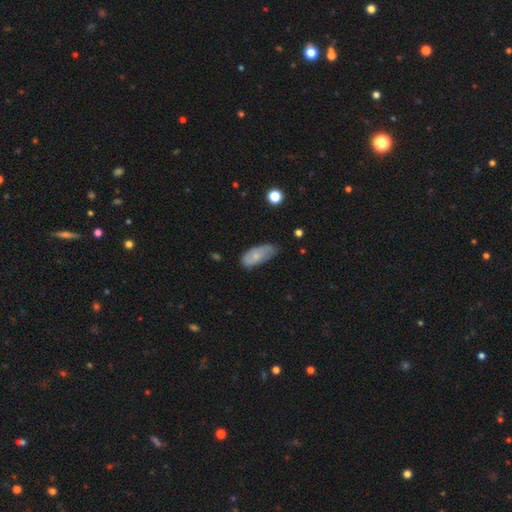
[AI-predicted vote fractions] smooth-or-featured: smooth: 67% | featured or disk: 26% | star or artifact: 7%
  how-rounded: in between: 88% | cigar-shaped: 9% | round: 3%
  merging: none: 50% | minor disturbance: 39% | major disturbance: 9% | merger: 2%